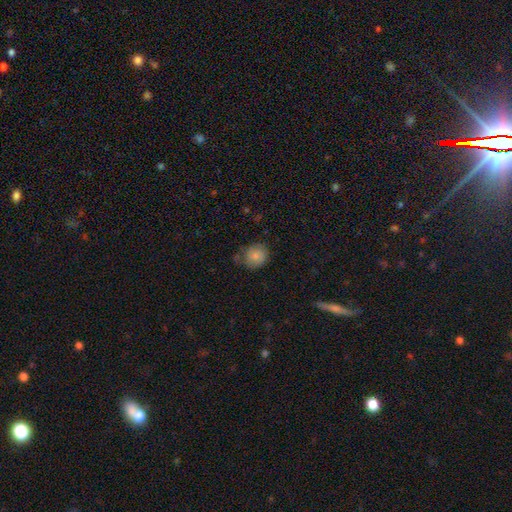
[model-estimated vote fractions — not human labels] Overall: smooth (78%). How rounded: round (76%). Merging: none (61%; minor disturbance 27%).